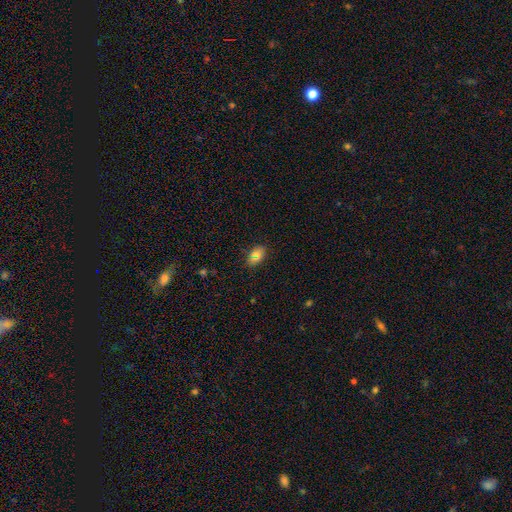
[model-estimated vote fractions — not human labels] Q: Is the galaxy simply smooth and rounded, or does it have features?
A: smooth — 74%.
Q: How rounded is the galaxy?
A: in between — 88%.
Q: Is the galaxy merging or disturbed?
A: none — 77%.